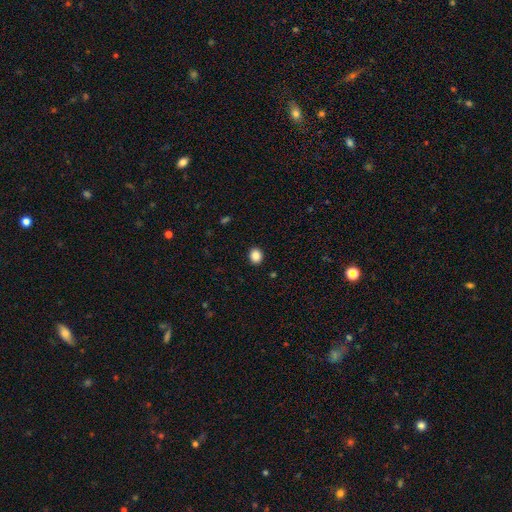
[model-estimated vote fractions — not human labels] A smooth galaxy with no disk features (87%) that is round (60%).

Vote fractions:
- Smooth or featured? smooth: 87% / star or artifact: 10% / featured or disk: 3%
- How rounded? round: 60% / in between: 39% / cigar-shaped: 1%
- Merging? none: 92% / minor disturbance: 6% / major disturbance: 2% / merger: 1%